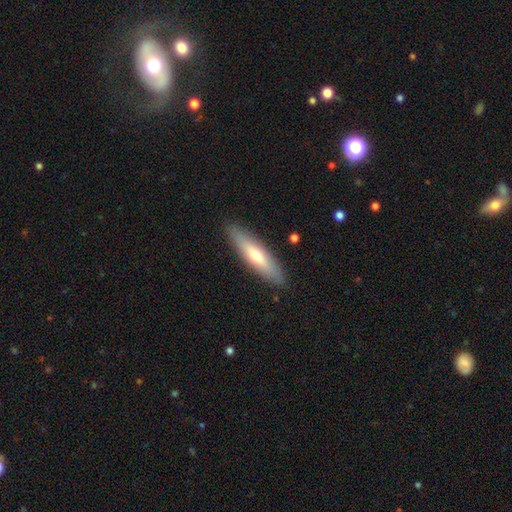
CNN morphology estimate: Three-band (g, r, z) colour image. It shows a smooth galaxy with no disk features (58%) that is cigar-shaped (71%). Merging: none (89%).